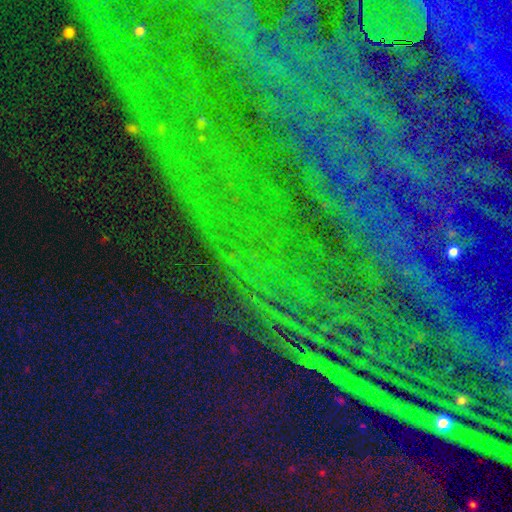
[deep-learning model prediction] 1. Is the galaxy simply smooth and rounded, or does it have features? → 86% star or artifact, 7% featured or disk, 7% smooth.